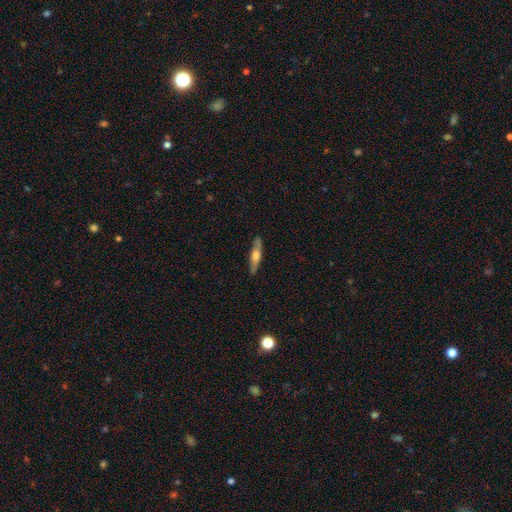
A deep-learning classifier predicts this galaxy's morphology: smooth_or_featured: featured or disk (p=0.50) [alt: smooth p=0.45]
merging: none (p=0.88) [alt: minor disturbance p=0.09]